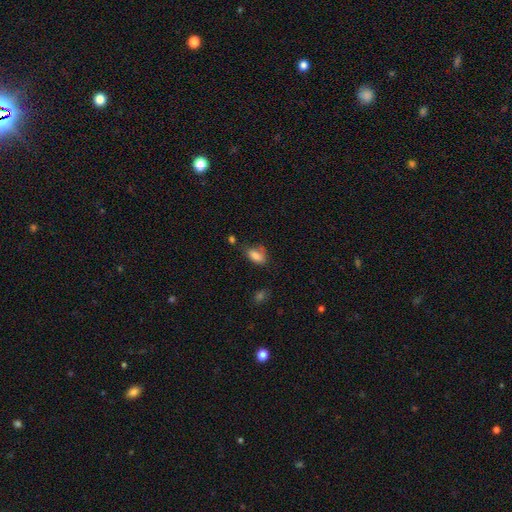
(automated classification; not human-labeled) Smooth or featured? Predicted: smooth (p=0.82). How rounded? Predicted: in between (p=0.89). Merging? Predicted: none (p=0.53).